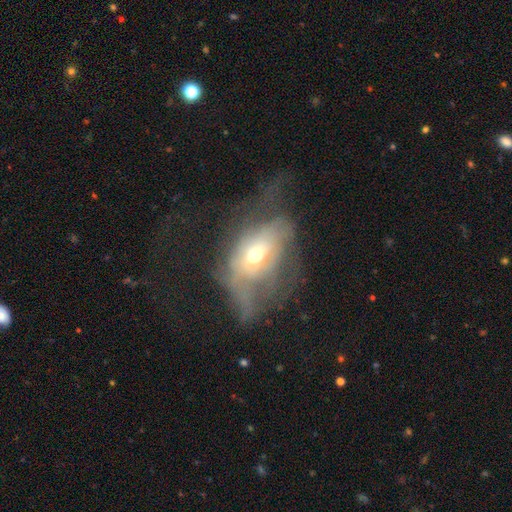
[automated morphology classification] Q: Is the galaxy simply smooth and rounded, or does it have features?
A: featured or disk — 52%.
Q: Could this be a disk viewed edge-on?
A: no — 89%.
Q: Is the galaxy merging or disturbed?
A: major disturbance — 59%.